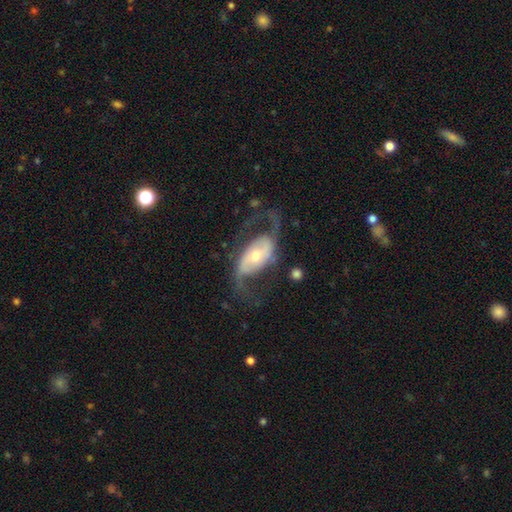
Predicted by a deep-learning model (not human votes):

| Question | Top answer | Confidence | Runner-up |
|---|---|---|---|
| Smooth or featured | featured or disk | 83% | smooth (11%) |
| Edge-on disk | no | 95% | yes (5%) |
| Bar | no | 41% | weak (32%) |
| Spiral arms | yes | 92% | no (8%) |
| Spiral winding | loose | 60% | medium (32%) |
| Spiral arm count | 2 | 91% | can't tell (4%) |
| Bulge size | moderate | 51% | small (40%) |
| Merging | none | 61% | major disturbance (21%) |